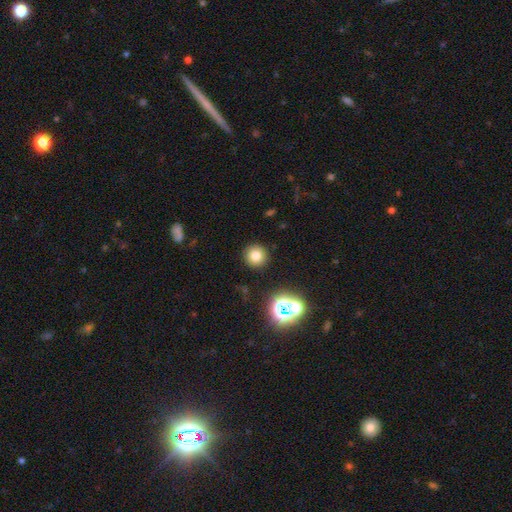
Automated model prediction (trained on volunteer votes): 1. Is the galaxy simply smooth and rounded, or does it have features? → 77% smooth, 16% star or artifact, 8% featured or disk.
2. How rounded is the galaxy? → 94% round, 5% in between, 1% cigar-shaped.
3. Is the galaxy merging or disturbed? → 90% none, 5% minor disturbance, 2% major disturbance, 2% merger.